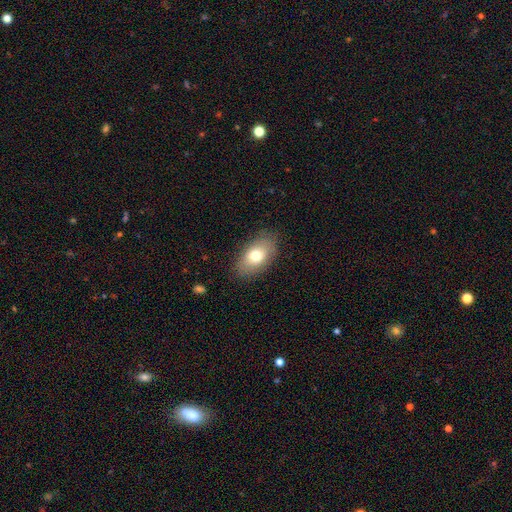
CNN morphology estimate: type=smooth (73%); roundness=in between (90%); merging=none (83%).